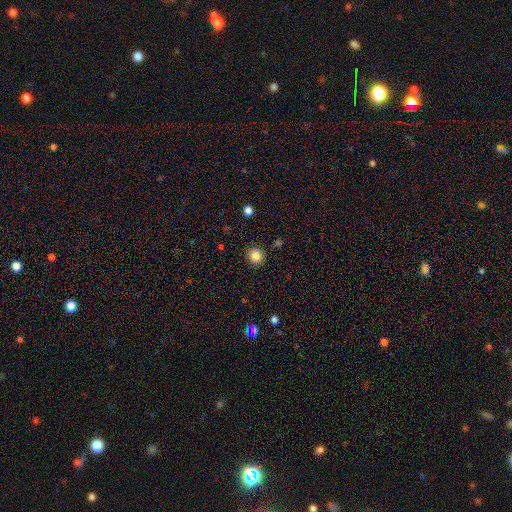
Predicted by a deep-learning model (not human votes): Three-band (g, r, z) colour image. It shows a smooth galaxy with no disk features (83%) that is round (89%). Merging: none (90%).